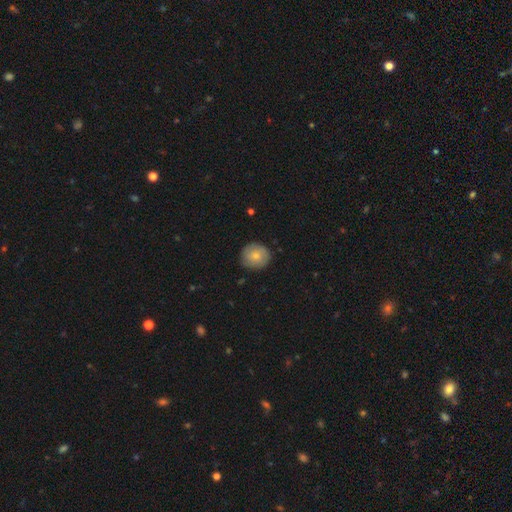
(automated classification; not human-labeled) Smooth or featured? smooth (68%)
How rounded? round (89%)
Merging? none (85%)